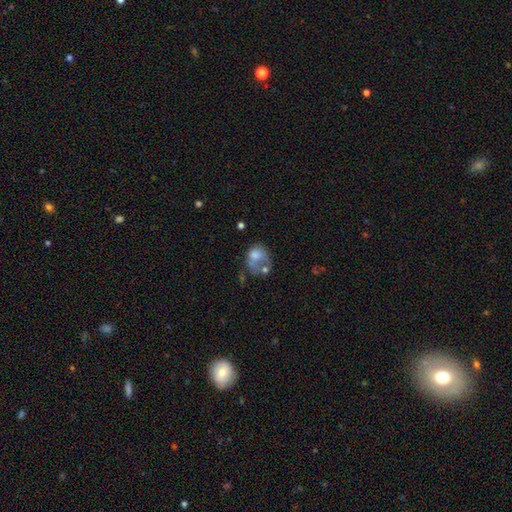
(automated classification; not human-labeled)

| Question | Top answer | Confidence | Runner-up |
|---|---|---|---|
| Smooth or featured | smooth | 59% | featured or disk (30%) |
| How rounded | in between | 50% | round (49%) |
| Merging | major disturbance | 33% | merger (25%) |